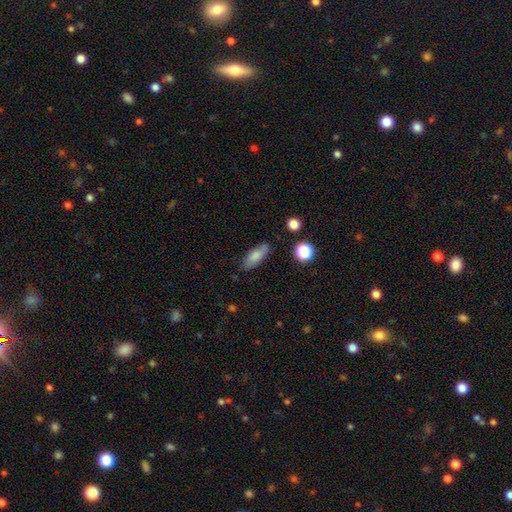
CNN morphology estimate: Smooth or featured? Predicted: smooth (p=0.77). How rounded? Predicted: in between (p=0.75). Merging? Predicted: none (p=0.79).